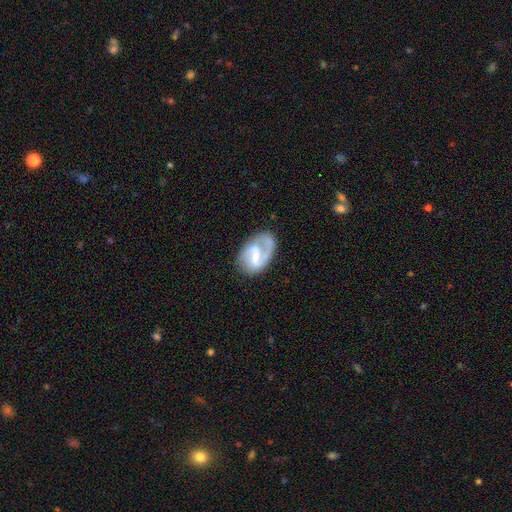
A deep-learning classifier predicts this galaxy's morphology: Smooth or featured? featured or disk (74%)
Edge-on disk? no (97%)
Bar? weak (51%)
Spiral arms? yes (88%)
Spiral winding? medium (46%)
Spiral arm count? 2 (56%)
Bulge size? small (41%)
Merging? none (61%)